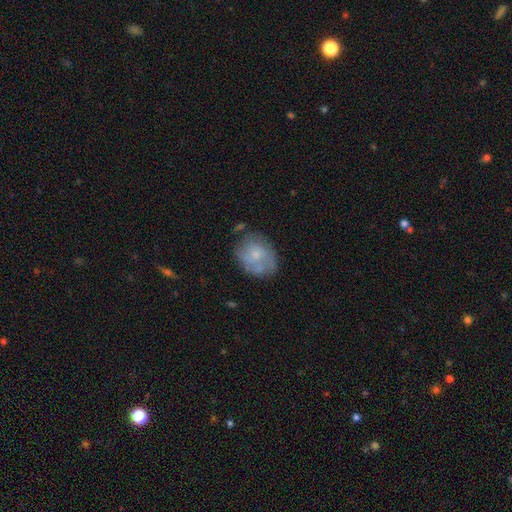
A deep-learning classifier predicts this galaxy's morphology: Overall: smooth (56%; featured or disk 36%). How rounded: in between (50%; round 49%). Merging: none (56%; minor disturbance 27%).